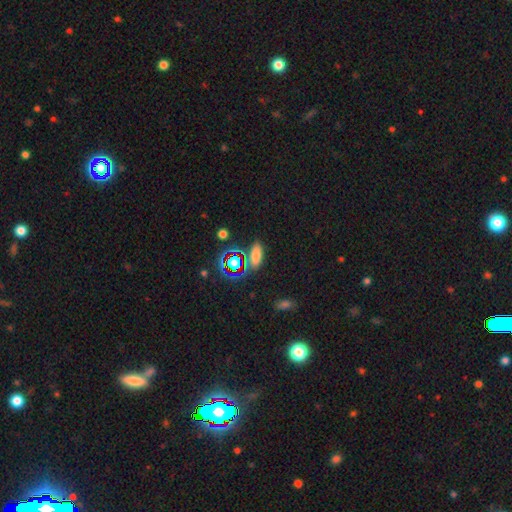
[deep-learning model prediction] Smooth or featured? Predicted: smooth (p=0.68). How rounded? Predicted: in between (p=0.76). Merging? Predicted: none (p=0.78).